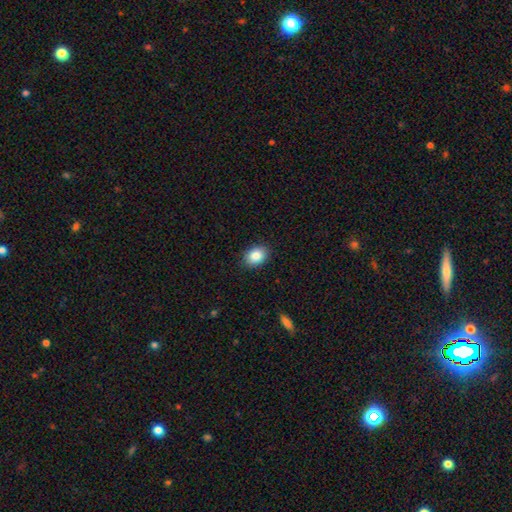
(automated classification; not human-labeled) Smooth or featured?
  - smooth: 86% *
  - star or artifact: 8%
  - featured or disk: 6%
How rounded?
  - in between: 65% *
  - round: 34%
  - cigar-shaped: 1%
Merging?
  - none: 89% *
  - minor disturbance: 8%
  - major disturbance: 2%
  - merger: 1%